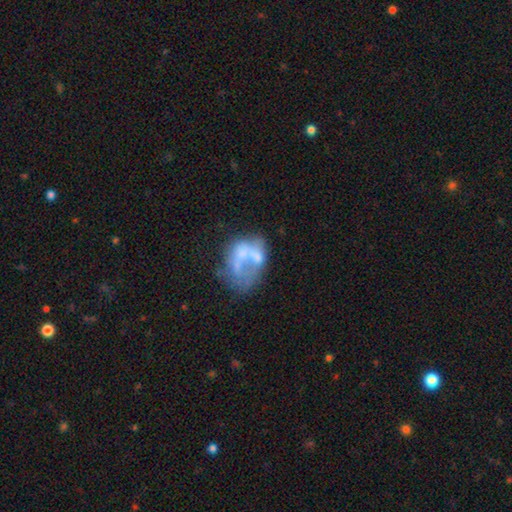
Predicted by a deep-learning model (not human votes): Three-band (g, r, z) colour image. It shows a featured or disk galaxy (50%). Merging: major disturbance (38%).